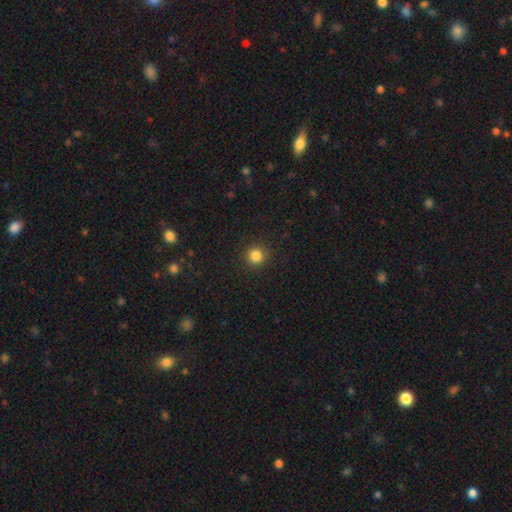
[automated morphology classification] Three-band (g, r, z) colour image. It shows a smooth galaxy with no disk features (84%) that is round (94%). Merging: none (92%).